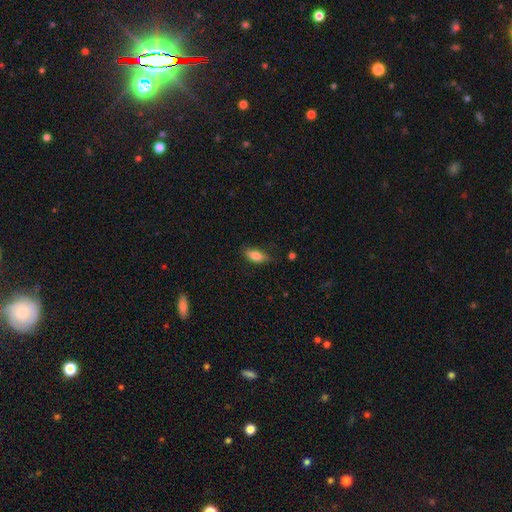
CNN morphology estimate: This is clearly a smooth galaxy (81%). How rounded: clearly in between (81%). Merging: likely none (75%).